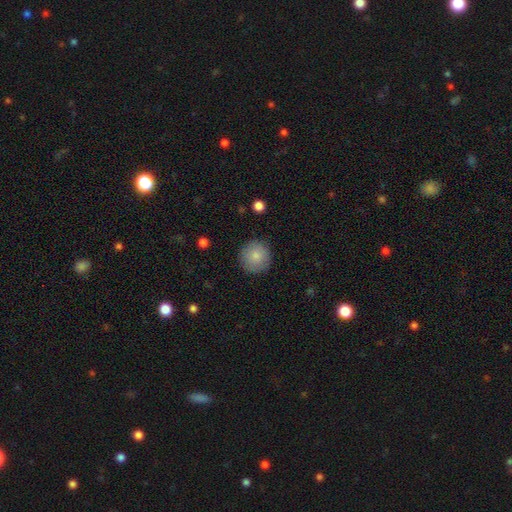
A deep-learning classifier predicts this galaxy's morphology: Smooth or featured? smooth (84%)
How rounded? round (95%)
Merging? none (89%)